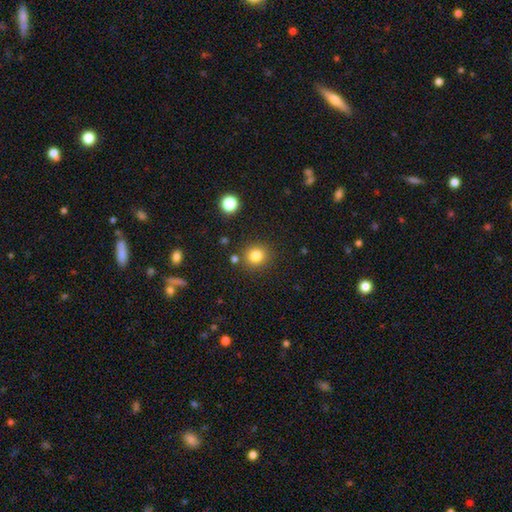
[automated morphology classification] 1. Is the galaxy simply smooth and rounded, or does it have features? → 81% smooth, 13% star or artifact, 6% featured or disk.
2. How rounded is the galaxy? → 91% round, 8% in between, 1% cigar-shaped.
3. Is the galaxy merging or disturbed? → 85% none, 8% minor disturbance, 5% merger, 3% major disturbance.